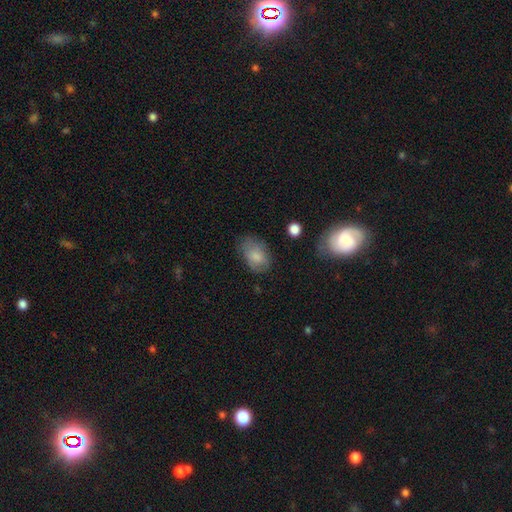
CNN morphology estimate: This appears to be a smooth galaxy with no disk features (79%) that is in between round and cigar-shaped (87%). Merging: none (65%).